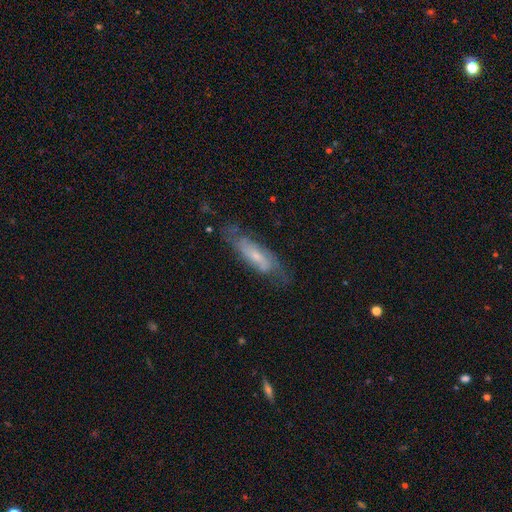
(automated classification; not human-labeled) Overall: featured or disk (62%; smooth 31%). Edge-on disk: no (71%). Merging: none (69%).